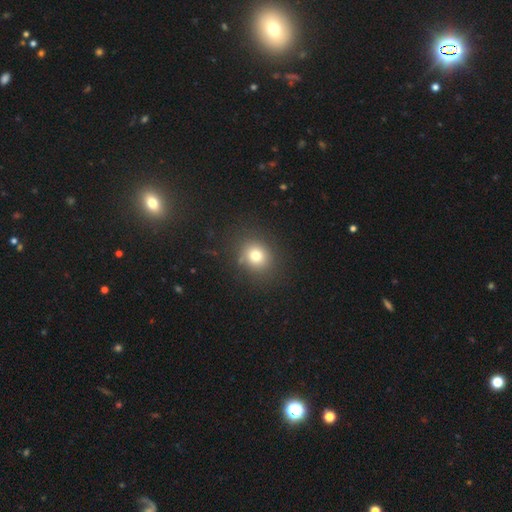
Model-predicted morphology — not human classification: This appears to be a smooth galaxy with no disk features (76%) that is round (78%). Merging: none (83%).